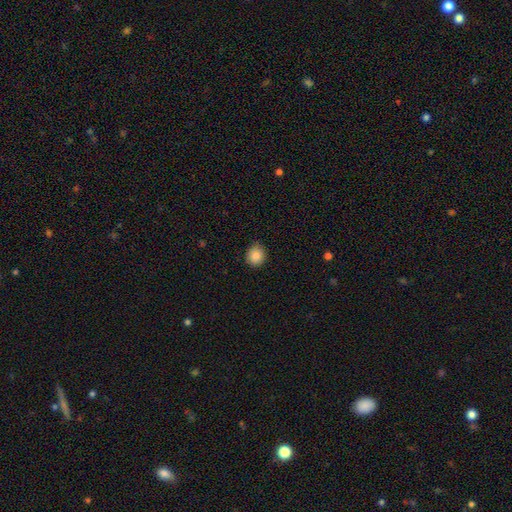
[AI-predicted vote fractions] smooth 88%, star or artifact 9%, featured or disk 3%. Down the decision tree: how rounded — round (81%); merging — none (87%).